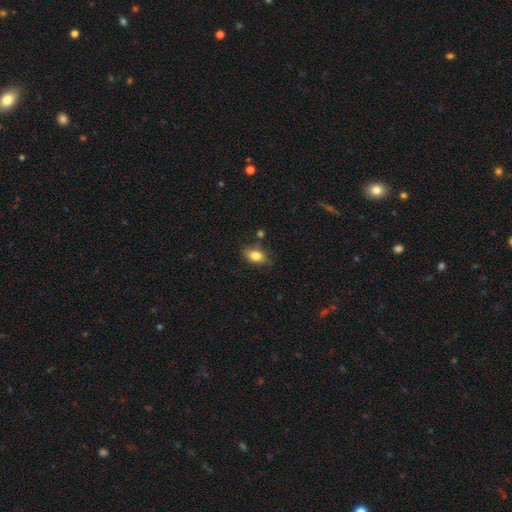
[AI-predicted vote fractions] A smooth galaxy with no disk features (82%) that is in between round and cigar-shaped (86%). Merging: none (73%).